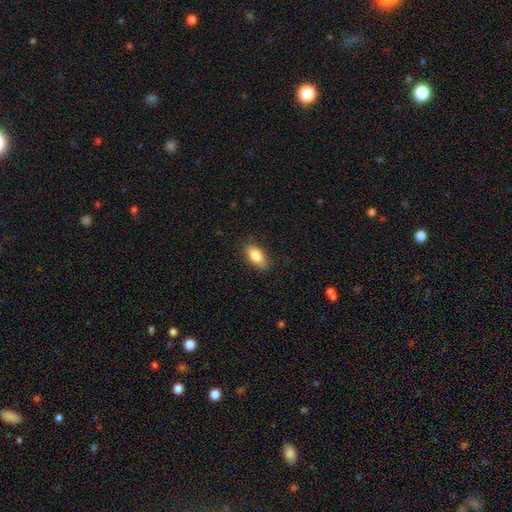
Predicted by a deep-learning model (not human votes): Smooth or featured? Predicted: smooth (p=0.82). How rounded? Predicted: in between (p=0.89). Merging? Predicted: none (p=0.83).